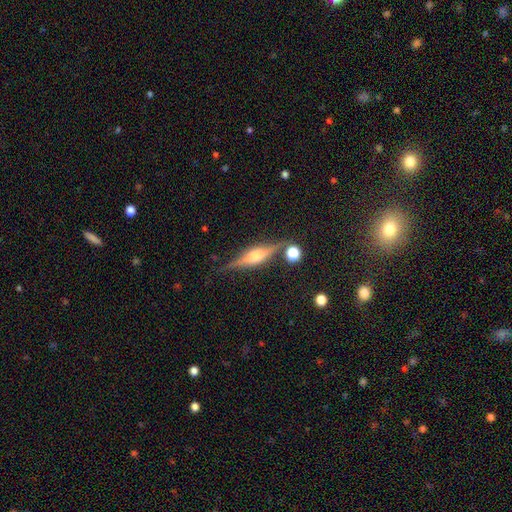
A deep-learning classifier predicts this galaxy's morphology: Overall: featured or disk (75%). Edge-on disk: yes (96%). Edge-on bulge: rounded (86%). Merging: none (83%).